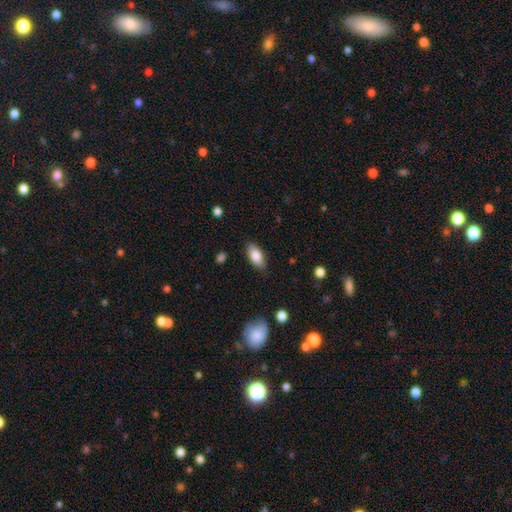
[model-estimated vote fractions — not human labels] Smooth or featured: smooth — 84% (featured or disk — 9%)
How rounded: in between — 90% (cigar-shaped — 7%)
Merging: none — 85% (minor disturbance — 11%)